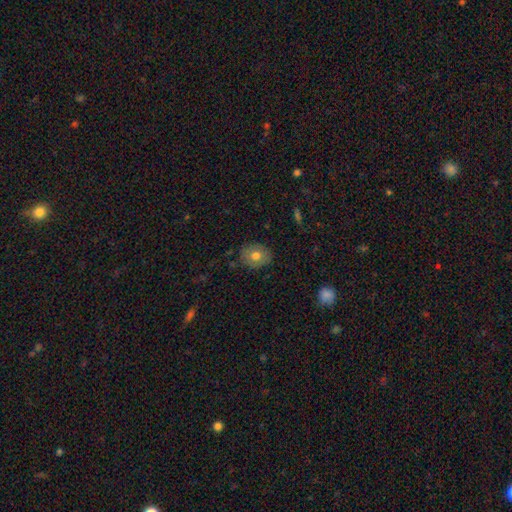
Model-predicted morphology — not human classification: A smooth galaxy with no disk features (73%) that is round (57%). Merging: none (84%).